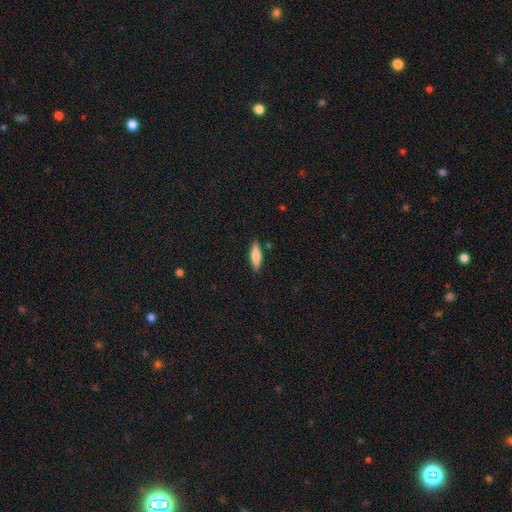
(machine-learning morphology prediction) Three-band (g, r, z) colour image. It shows a smooth galaxy with no disk features (76%) that is cigar-shaped (68%). Merging: none (87%).